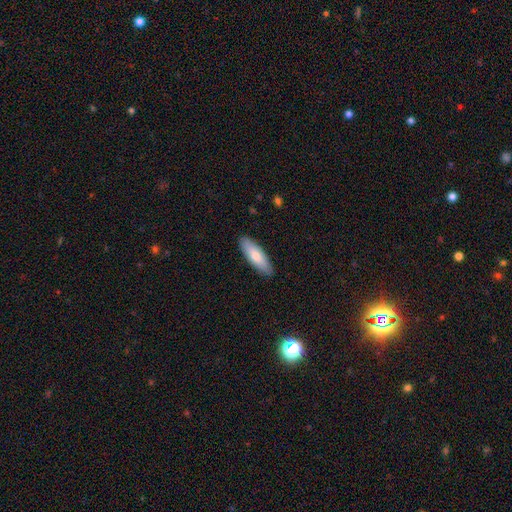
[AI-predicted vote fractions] A smooth galaxy with no disk features (77%) that is in between round and cigar-shaped (54%). Merging: none (89%).